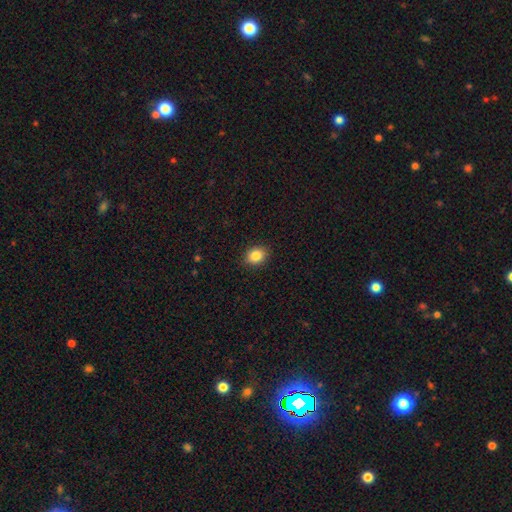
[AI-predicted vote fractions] Q: Smooth or featured?
A: smooth (85%); runner-up: star or artifact (9%)
Q: How rounded?
A: in between (53%); runner-up: round (46%)
Q: Merging?
A: none (90%); runner-up: minor disturbance (7%)